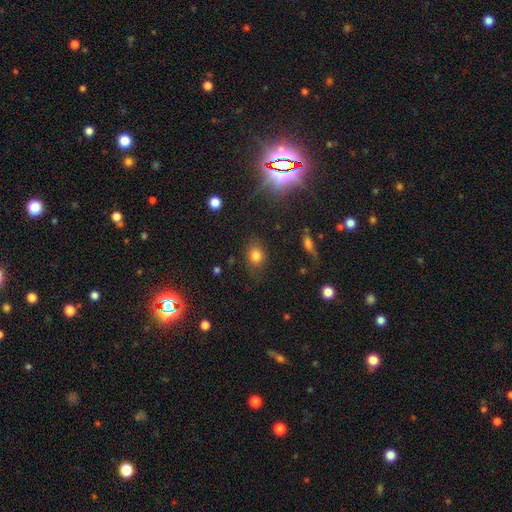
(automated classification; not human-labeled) smooth-or-featured: smooth: 78% | star or artifact: 14% | featured or disk: 8%
  how-rounded: round: 53% | in between: 46% | cigar-shaped: 2%
  merging: none: 77% | minor disturbance: 15% | major disturbance: 6% | merger: 2%